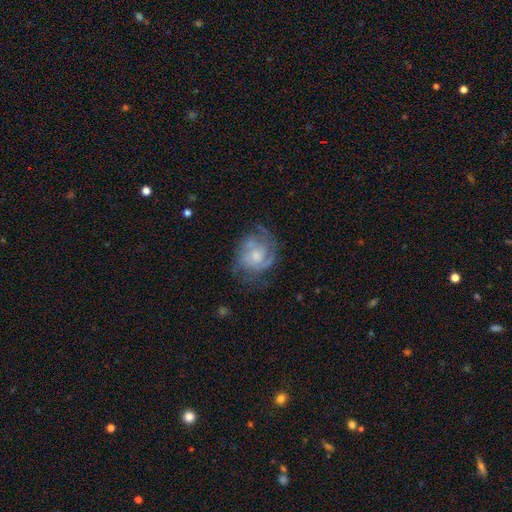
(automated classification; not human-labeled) A featured or disk galaxy (70%) with no bar (76%), tight (49%) spiral arms (82%) and a moderate central bulge (44%, tied with small). Merging: none (53%).